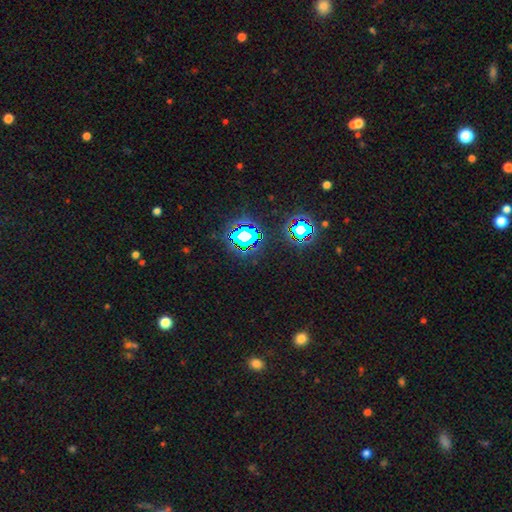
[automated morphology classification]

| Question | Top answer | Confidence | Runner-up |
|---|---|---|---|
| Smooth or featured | star or artifact | 75% | smooth (17%) |